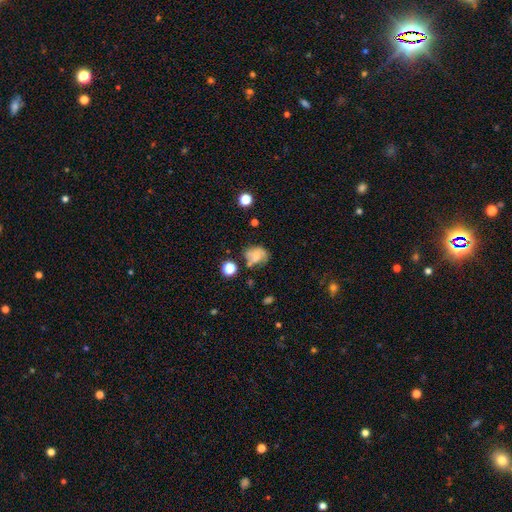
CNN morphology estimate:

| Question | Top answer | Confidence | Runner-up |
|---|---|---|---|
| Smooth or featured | featured or disk | 47% | smooth (41%) |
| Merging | none | 50% | minor disturbance (26%) |